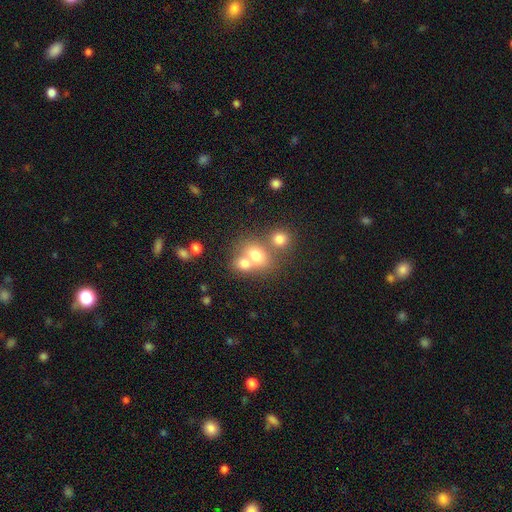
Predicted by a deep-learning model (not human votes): Smooth or featured? Predicted: smooth (p=0.71). How rounded? Predicted: round (p=0.57). Merging? Predicted: merger (p=0.56).